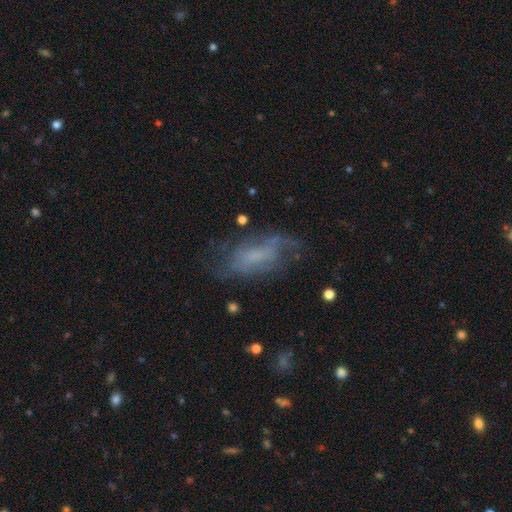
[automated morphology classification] The model was most divided on "smooth or featured": featured or disk: 51%, smooth: 37%, star or artifact: 12%. More confident: edge-on disk — no (88%); merging — none (53%).